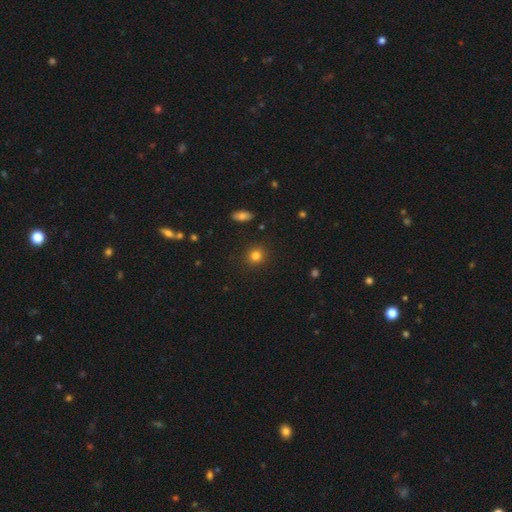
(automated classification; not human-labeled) Smooth or featured? Predicted: smooth (p=0.82). How rounded? Predicted: round (p=0.83). Merging? Predicted: none (p=0.90).